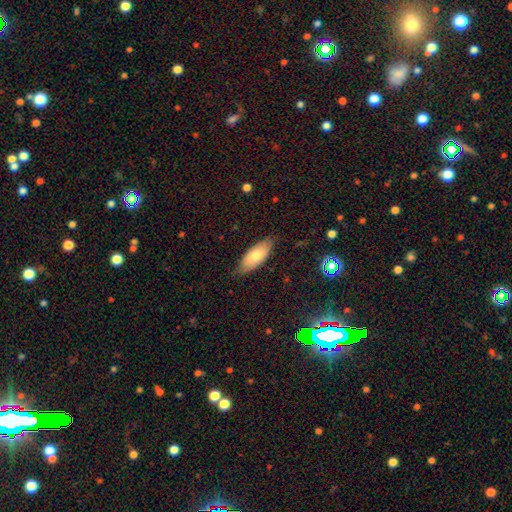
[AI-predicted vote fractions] This appears to be a smooth galaxy with no disk features (72%) that is in between round and cigar-shaped (84%). Merging: none (76%).